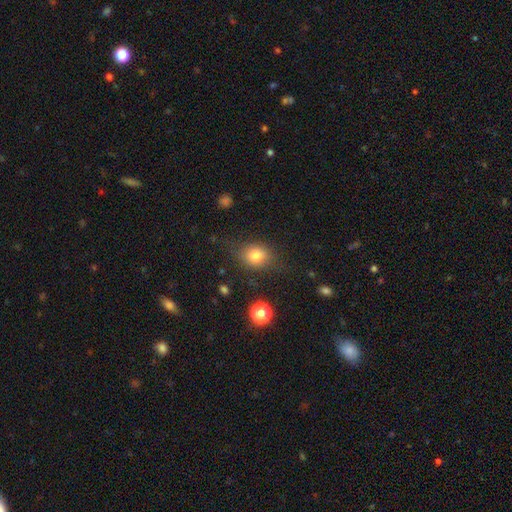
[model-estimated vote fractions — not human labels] A smooth galaxy with no disk features (78%) that is round (54%). Merging: none (73%).